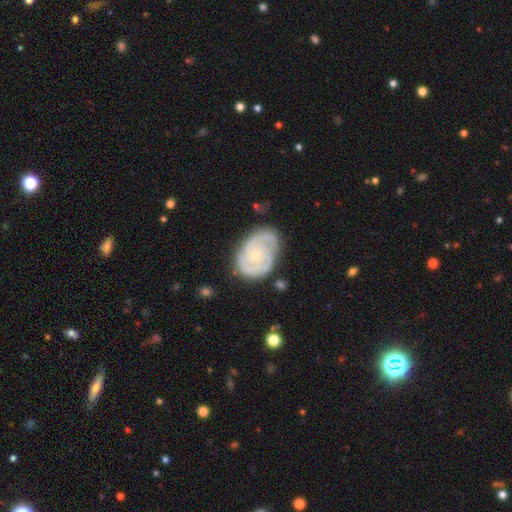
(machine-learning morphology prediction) Smooth or featured? Predicted: featured or disk (p=0.86). Edge-on disk? Predicted: no (p=0.97). Bar? Predicted: no (p=0.71). Spiral arms? Predicted: yes (p=0.95). Spiral winding? Predicted: tight (p=0.64). Spiral arm count? Predicted: 2 (p=0.53). Bulge size? Predicted: small (p=0.52). Merging? Predicted: none (p=0.71).